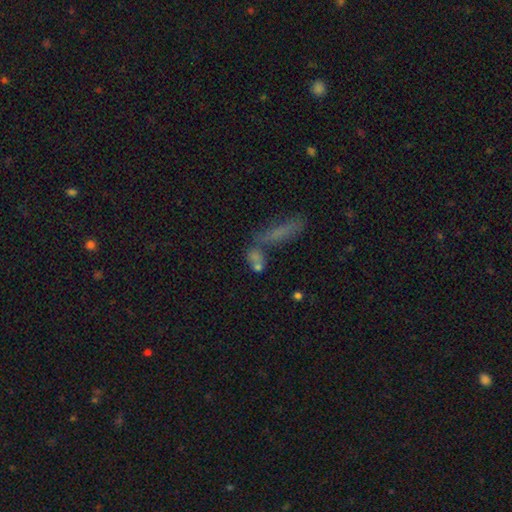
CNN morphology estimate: This appears to be a smooth galaxy with no disk features (60%) that is cigar-shaped (46%). Merging: none (45%).